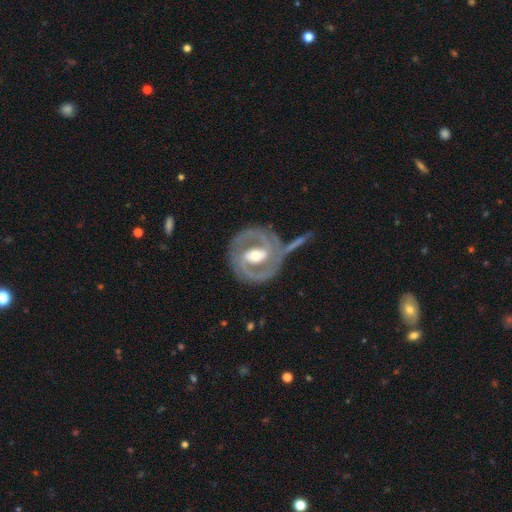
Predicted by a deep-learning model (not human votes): Smooth or featured? featured or disk (87%)
Edge-on disk? no (97%)
Bar? weak (40%)
Spiral arms? yes (94%)
Spiral winding? tight (48%)
Spiral arm count? 2 (86%)
Bulge size? moderate (67%)
Merging? none (66%)